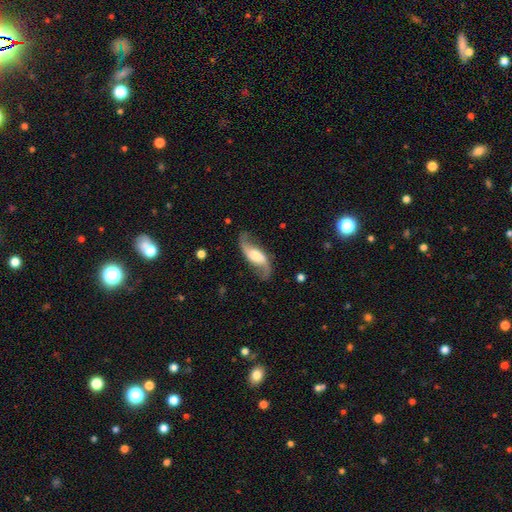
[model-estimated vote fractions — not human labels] Smooth or featured?
  - featured or disk: 82% *
  - smooth: 13%
  - star or artifact: 5%
Edge-on disk?
  - no: 92% *
  - yes: 8%
Bar?
  - weak: 40% *
  - no: 38%
  - strong: 22%
Spiral arms?
  - yes: 96% *
  - no: 4%
Spiral winding?
  - loose: 75% *
  - medium: 21%
  - tight: 5%
Spiral arm count?
  - 2: 93% *
  - can't tell: 2%
  - 1: 2%
  - 3: 1%
  - 4: 1%
  - more than 4: 1%
Bulge size?
  - moderate: 37% *
  - large: 35%
  - small: 15%
  - none: 8%
  - dominant: 5%
Merging?
  - none: 77% *
  - minor disturbance: 15%
  - major disturbance: 7%
  - merger: 2%